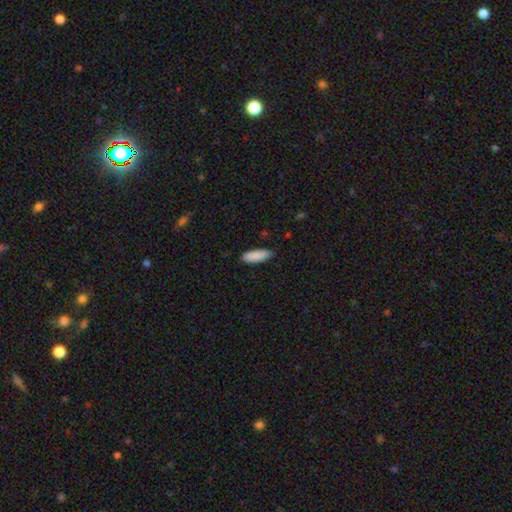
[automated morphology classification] Smooth or featured?
  - smooth: 89% *
  - star or artifact: 6%
  - featured or disk: 5%
How rounded?
  - in between: 57% *
  - cigar-shaped: 41%
  - round: 2%
Merging?
  - none: 84% *
  - minor disturbance: 13%
  - major disturbance: 2%
  - merger: 1%